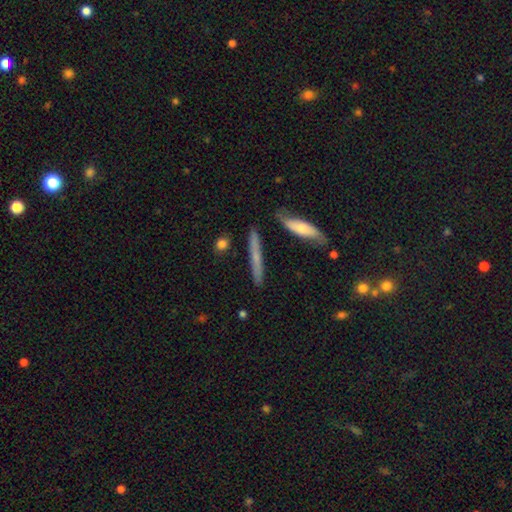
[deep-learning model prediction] smooth 48%, featured or disk 43%, star or artifact 9%. Down the decision tree: merging — none (84%).